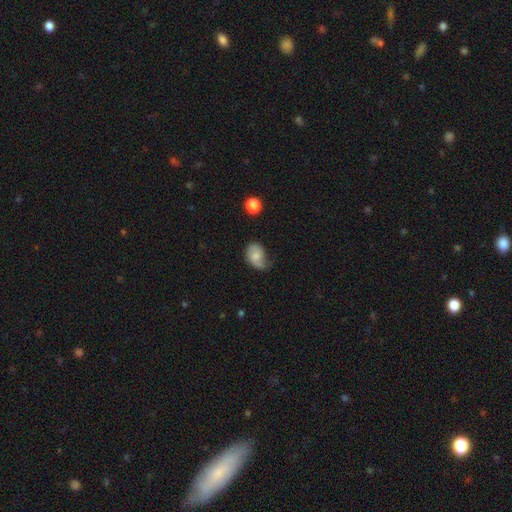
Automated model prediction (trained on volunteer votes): Morphology: type=smooth (55%); roundness=in between (69%); merging=minor disturbance (38%).